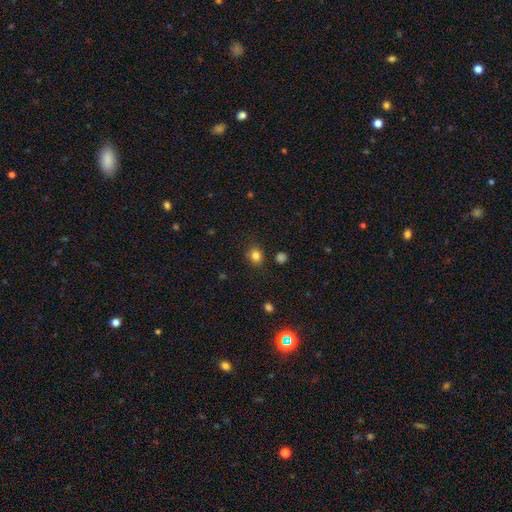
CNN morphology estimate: This is clearly a smooth galaxy (81%). How rounded: likely round (70%). Merging: clearly none (81%).